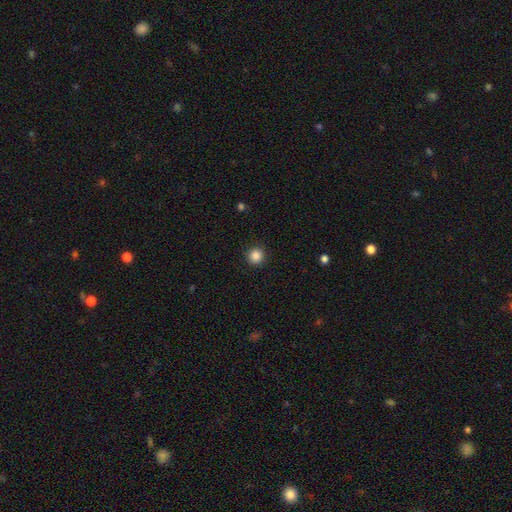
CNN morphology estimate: Smooth or featured? Predicted: smooth (p=0.86). How rounded? Predicted: round (p=0.94). Merging? Predicted: none (p=0.92).